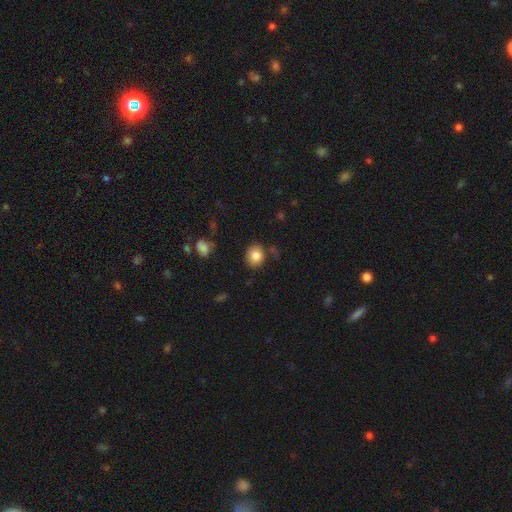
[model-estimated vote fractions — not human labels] This appears to be a smooth galaxy with no disk features (83%) that is round (68%). Merging: none (79%).